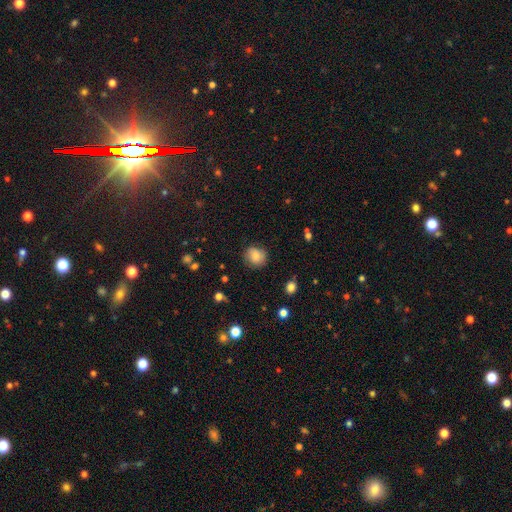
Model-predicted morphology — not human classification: smooth-or-featured: smooth: 76% | featured or disk: 13% | star or artifact: 11%
  how-rounded: round: 81% | in between: 18% | cigar-shaped: 1%
  merging: none: 81% | minor disturbance: 14% | major disturbance: 4% | merger: 1%